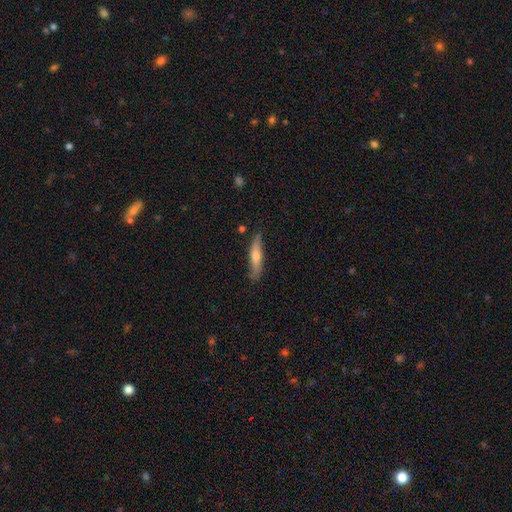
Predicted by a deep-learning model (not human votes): The model was most divided on "smooth or featured": featured or disk: 48%, smooth: 45%, star or artifact: 7%. More confident: merging — none (82%).